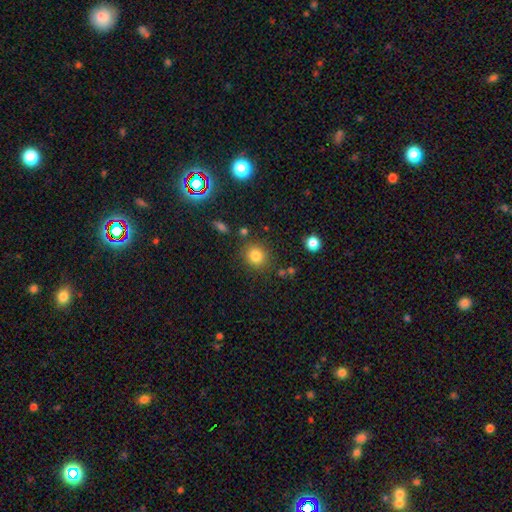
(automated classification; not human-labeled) Smooth or featured? smooth (82%)
How rounded? round (82%)
Merging? none (83%)